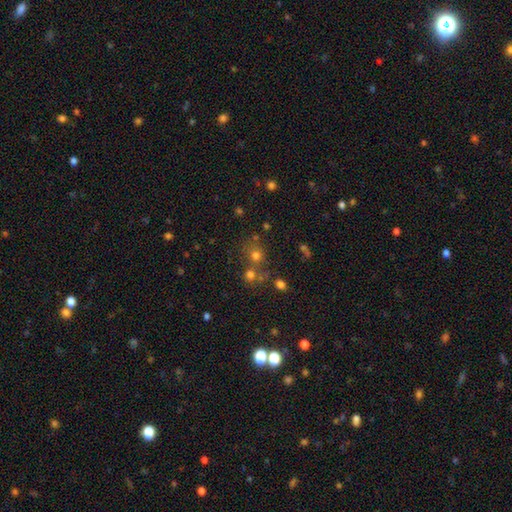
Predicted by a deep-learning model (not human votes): Q: Smooth or featured?
A: smooth (56%); runner-up: star or artifact (33%)
Q: How rounded?
A: round (86%); runner-up: in between (13%)
Q: Merging?
A: none (61%); runner-up: merger (27%)